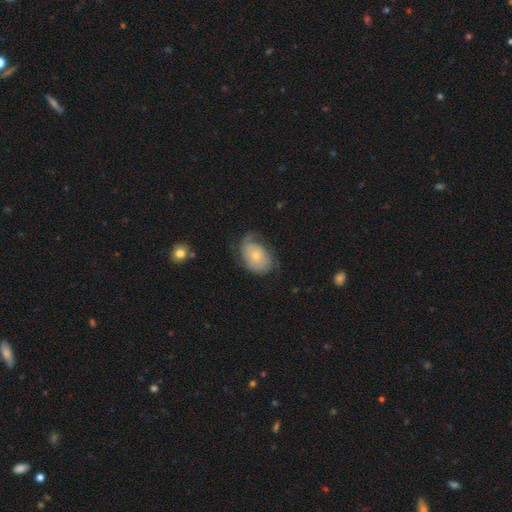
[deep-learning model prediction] Smooth or featured: featured or disk — 51% (smooth — 42%)
Edge-on disk: no — 95% (yes — 5%)
Merging: none — 47% (minor disturbance — 31%)